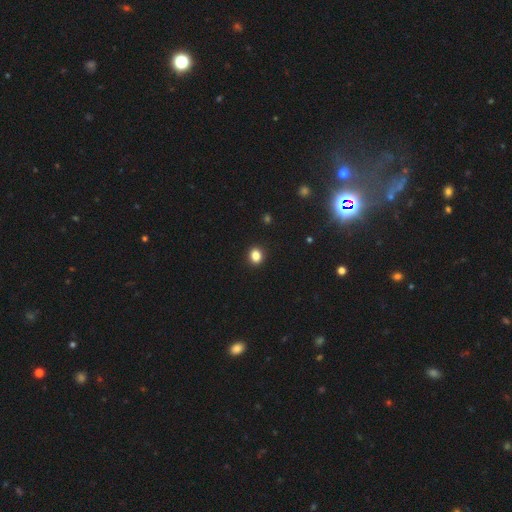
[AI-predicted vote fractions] Smooth or featured: smooth — 85% (star or artifact — 11%)
How rounded: round — 57% (in between — 42%)
Merging: none — 91% (minor disturbance — 6%)